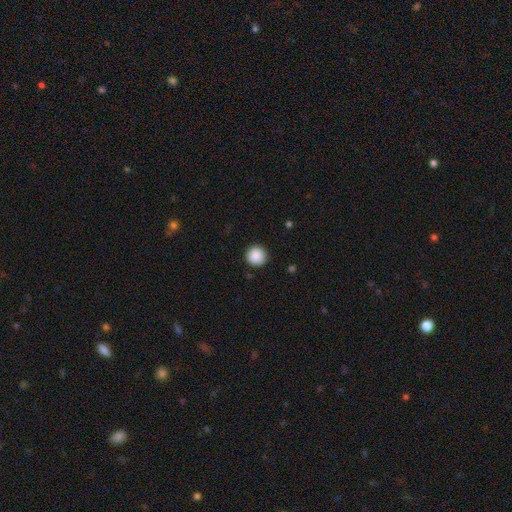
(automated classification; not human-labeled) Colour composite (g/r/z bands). It shows a smooth galaxy with no disk features (89%) that is round (96%). Merging: none (91%).